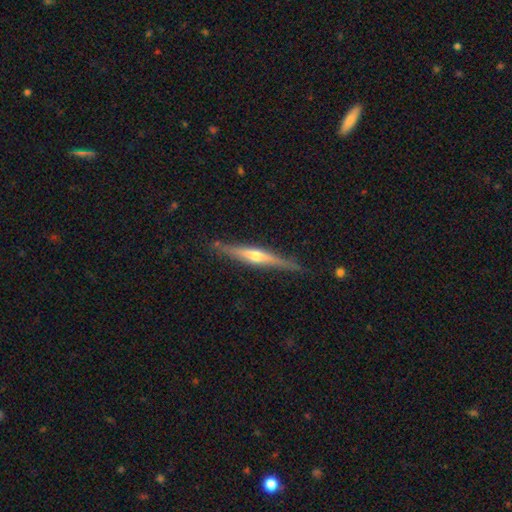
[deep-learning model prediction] Smooth or featured? Predicted: featured or disk (p=0.70). Edge-on disk? Predicted: yes (p=0.97). Edge-on bulge? Predicted: rounded (p=0.82). Merging? Predicted: none (p=0.85).